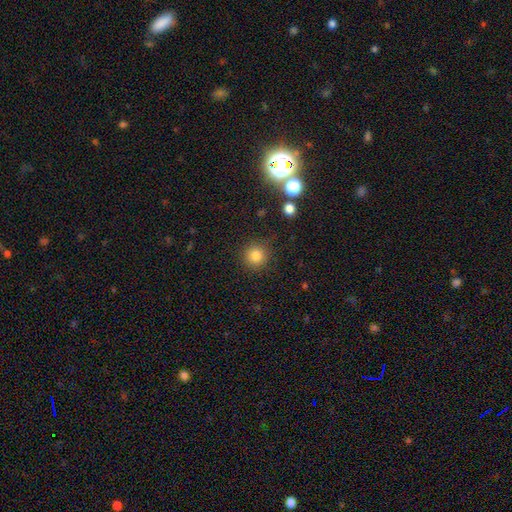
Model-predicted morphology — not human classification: A smooth galaxy with no disk features (82%) that is round (94%). Merging: none (87%).